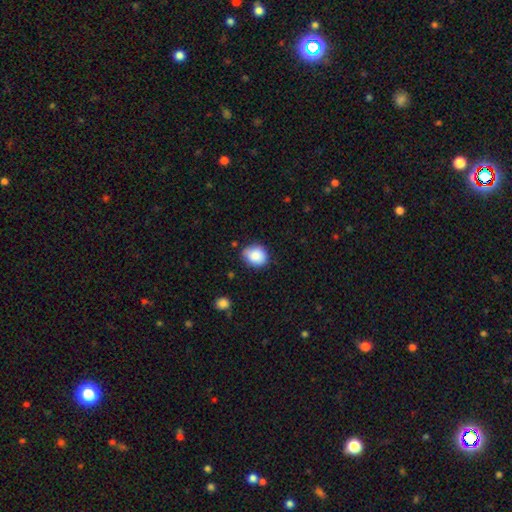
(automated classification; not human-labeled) Smooth or featured? Predicted: smooth (p=0.86). How rounded? Predicted: round (p=0.65). Merging? Predicted: none (p=0.78).